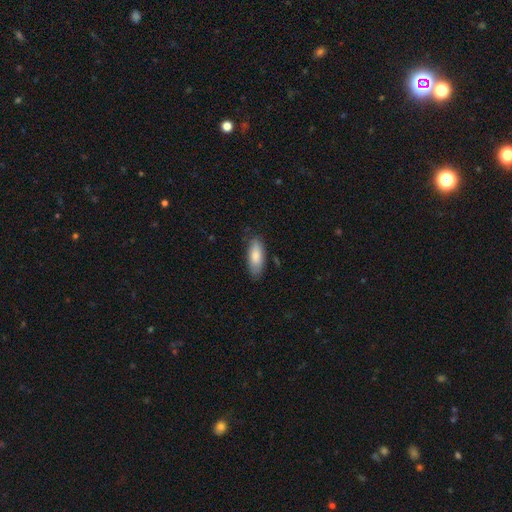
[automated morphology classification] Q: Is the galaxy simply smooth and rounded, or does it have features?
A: smooth — 82%.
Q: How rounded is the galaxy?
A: in between — 77%.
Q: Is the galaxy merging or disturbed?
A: none — 79%.